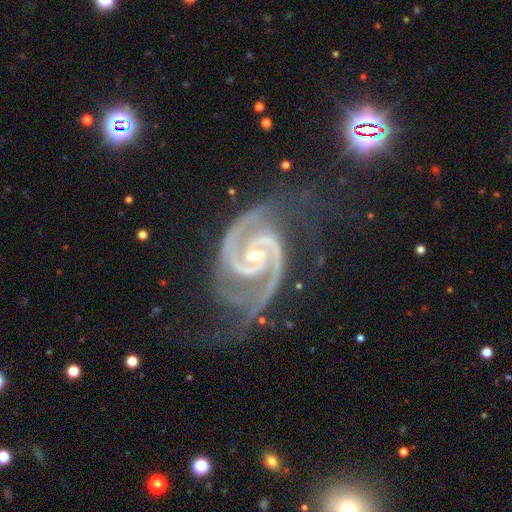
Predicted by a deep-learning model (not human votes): A featured or disk galaxy (94%) with no bar (46%), 2 (91%) medium (47%, tied with tight) spiral arms (99%) and a small central bulge (70%).

Vote fractions:
- Smooth or featured? featured or disk: 94% / star or artifact: 4% / smooth: 2%
- Edge-on disk? no: 98% / yes: 2%
- Bar? no: 46% / weak: 35% / strong: 18%
- Spiral arms? yes: 99% / no: 1%
- Spiral winding? medium: 47% (tied) / tight: 47% (tied) / loose: 7%
- Spiral arm count? 2: 91% / 3: 3% / can't tell: 2% / 4: 1% / 1: 1% / more than 4: 1%
- Bulge size? small: 70% / moderate: 26% / none: 2% / large: 1% / dominant: 1%
- Merging? none: 55% / minor disturbance: 25% / major disturbance: 18% / merger: 3%